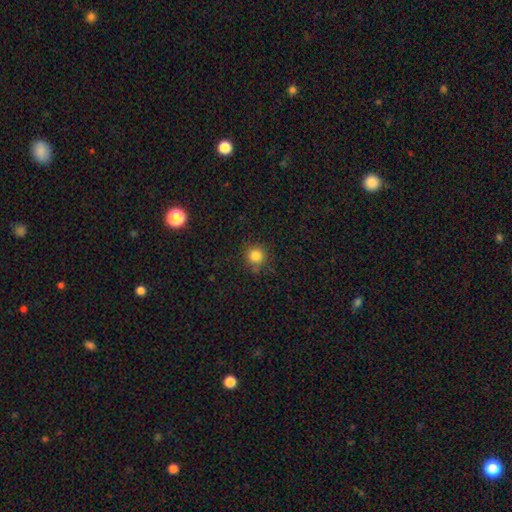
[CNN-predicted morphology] Overall: smooth (82%). How rounded: round (93%). Merging: none (84%).